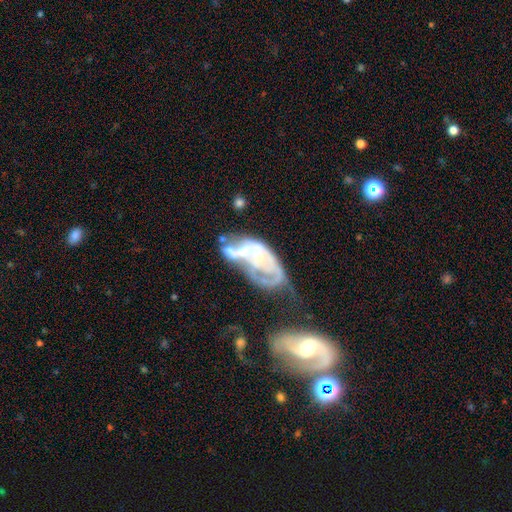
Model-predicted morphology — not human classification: featured or disk 73%, smooth 19%, star or artifact 8%. Down the decision tree: edge-on disk — no (95%); bar — no (81%); spiral arms — no (51%); bulge size — small (45%); merging — merger (45%).